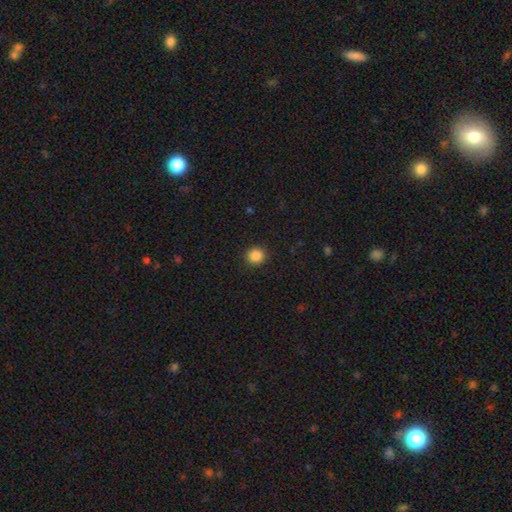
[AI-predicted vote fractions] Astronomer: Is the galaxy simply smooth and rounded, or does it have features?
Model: smooth — 87%.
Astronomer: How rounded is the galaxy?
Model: round — 88%.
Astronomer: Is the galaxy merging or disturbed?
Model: none — 91%.